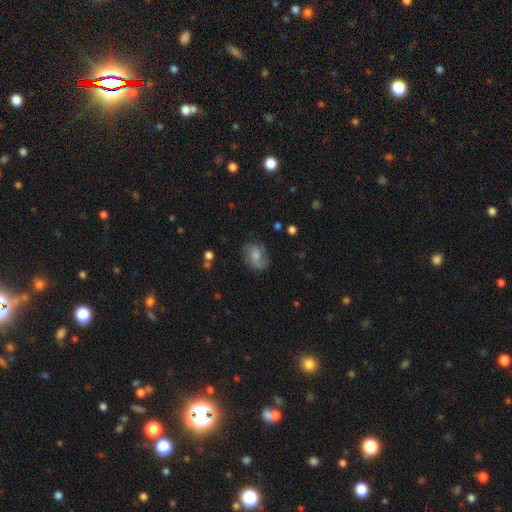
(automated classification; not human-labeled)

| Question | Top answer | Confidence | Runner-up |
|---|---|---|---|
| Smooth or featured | featured or disk | 47% | smooth (44%) |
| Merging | none | 67% | minor disturbance (21%) |